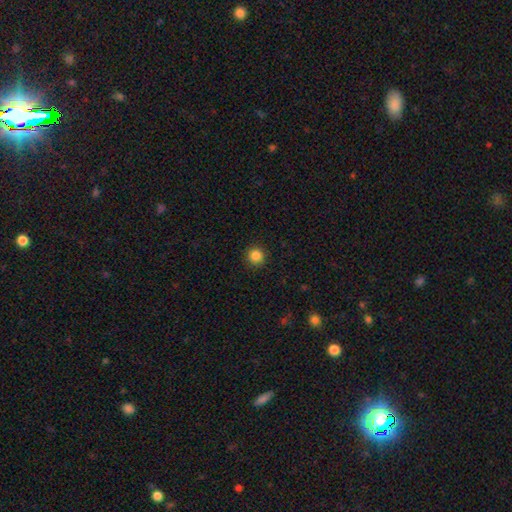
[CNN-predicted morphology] Q: Smooth or featured?
A: smooth (85%); runner-up: star or artifact (11%)
Q: How rounded?
A: round (94%); runner-up: in between (5%)
Q: Merging?
A: none (92%); runner-up: minor disturbance (5%)